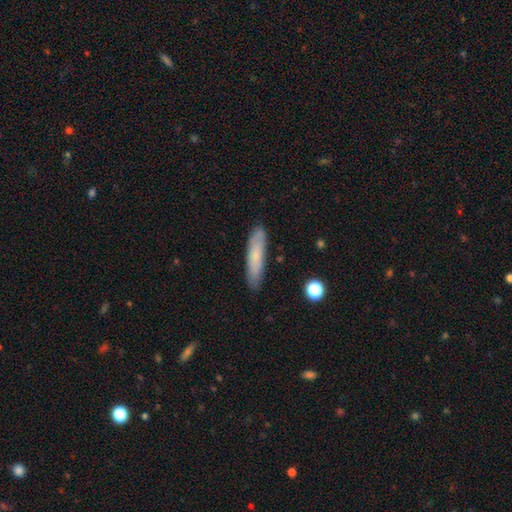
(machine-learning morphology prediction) This appears to be a smooth galaxy with no disk features (72%) that is cigar-shaped (84%). Merging: none (85%).